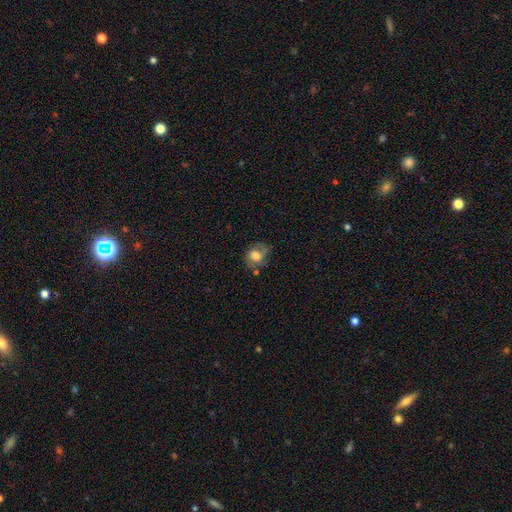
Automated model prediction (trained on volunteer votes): A smooth galaxy with no disk features (59%) that is round (58%).

Vote fractions:
- Smooth or featured? smooth: 59% / featured or disk: 31% / star or artifact: 9%
- How rounded? round: 58% / in between: 41% / cigar-shaped: 1%
- Merging? none: 57% / minor disturbance: 27% / major disturbance: 12% / merger: 5%